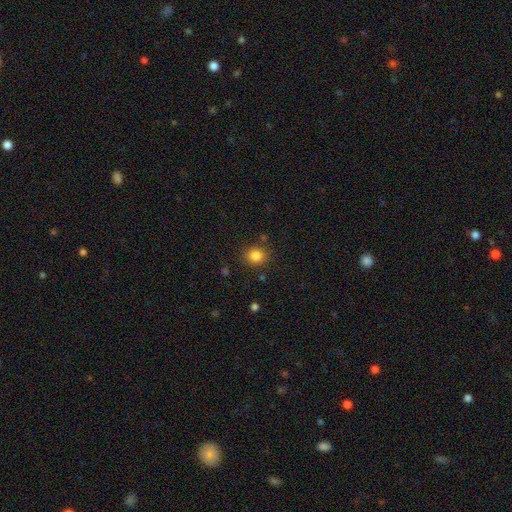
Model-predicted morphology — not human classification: A smooth galaxy with no disk features (83%) that is round (78%).

Vote fractions:
- Smooth or featured? smooth: 83% / star or artifact: 12% / featured or disk: 5%
- How rounded? round: 78% / in between: 21% / cigar-shaped: 1%
- Merging? none: 84% / minor disturbance: 10% / major disturbance: 3% / merger: 3%